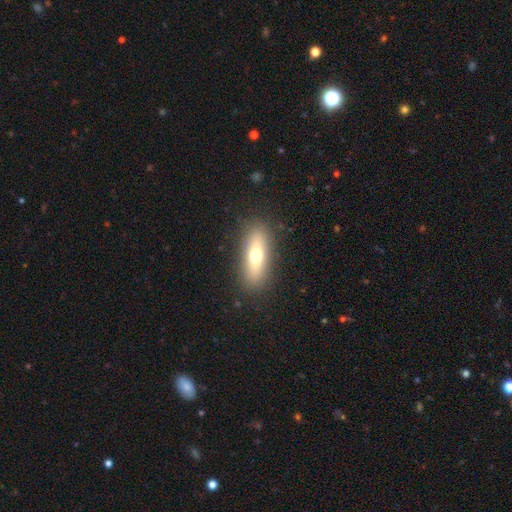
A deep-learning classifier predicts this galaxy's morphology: smooth-or-featured: smooth: 62% | featured or disk: 30% | star or artifact: 8%
  how-rounded: in between: 52% | cigar-shaped: 45% | round: 4%
  merging: none: 87% | minor disturbance: 9% | major disturbance: 3% | merger: 1%